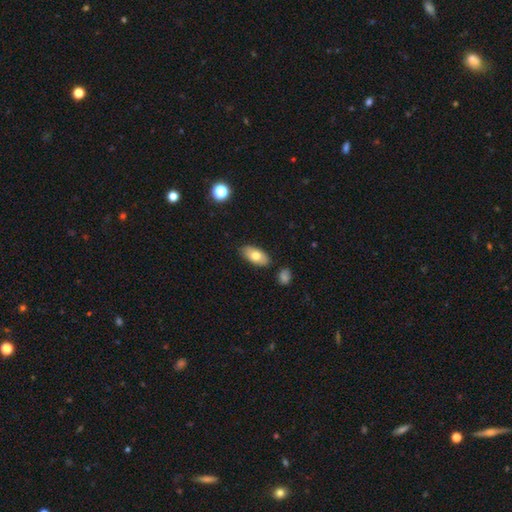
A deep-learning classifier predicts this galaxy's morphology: Smooth or featured? smooth (74%)
How rounded? in between (91%)
Merging? none (84%)